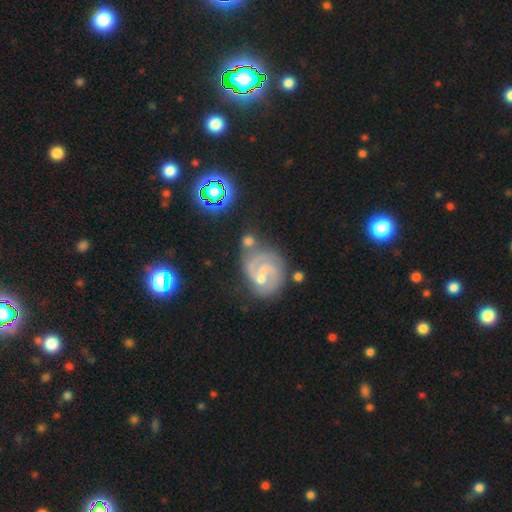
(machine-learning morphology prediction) This appears to be a featured or disk galaxy (42%). Merging: none (65%).